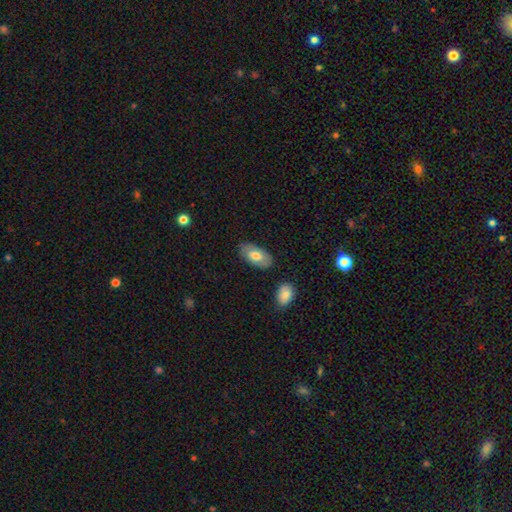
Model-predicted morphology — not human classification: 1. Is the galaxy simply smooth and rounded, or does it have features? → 73% smooth, 21% featured or disk, 6% star or artifact.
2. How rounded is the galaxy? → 94% in between, 3% cigar-shaped, 3% round.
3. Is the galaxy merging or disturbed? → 81% none, 14% minor disturbance, 3% merger, 3% major disturbance.